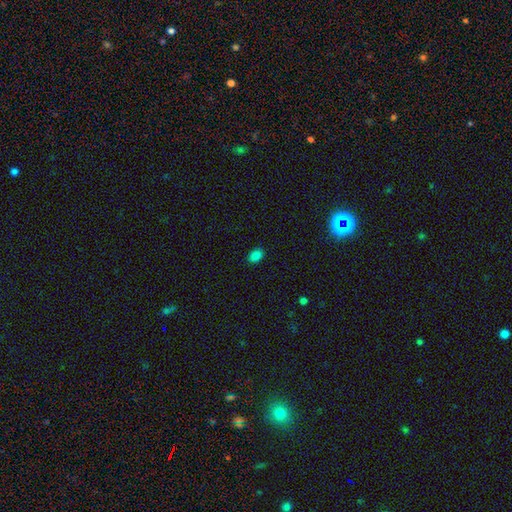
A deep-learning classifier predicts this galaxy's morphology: smooth_or_featured: smooth (p=0.83) [alt: star or artifact p=0.13]
how_rounded: in between (p=0.78) [alt: round p=0.21]
merging: none (p=0.88) [alt: minor disturbance p=0.09]